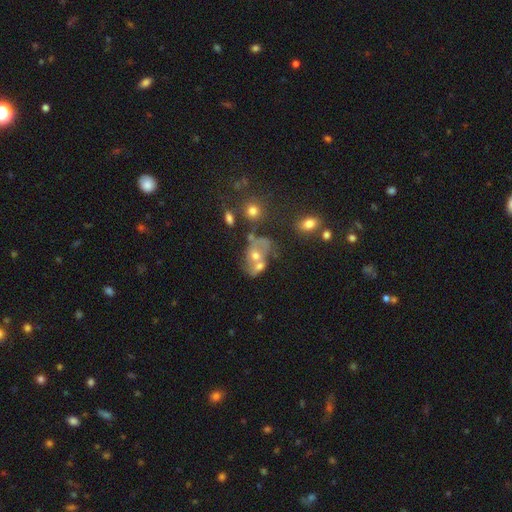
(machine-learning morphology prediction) Smooth or featured? Predicted: featured or disk (p=0.51). Edge-on disk? Predicted: no (p=0.95). Merging? Predicted: merger (p=0.46).